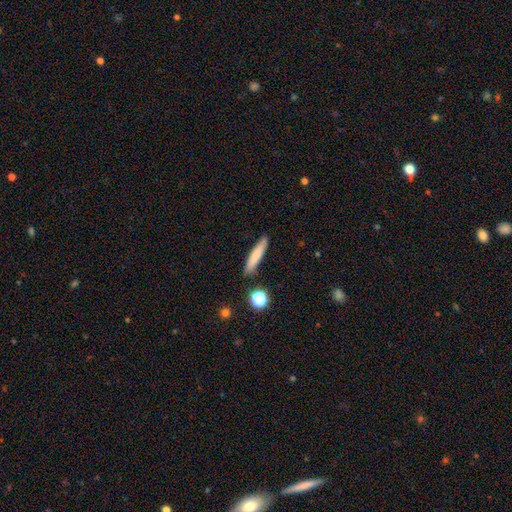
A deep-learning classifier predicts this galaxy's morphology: A smooth galaxy with no disk features (76%) that is cigar-shaped (89%). Merging: none (87%).